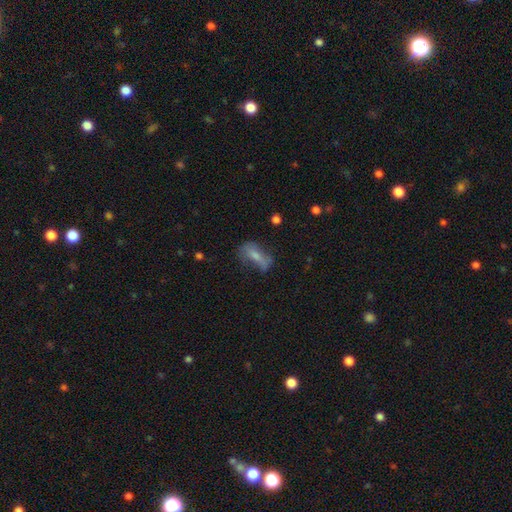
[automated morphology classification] smooth-or-featured: smooth: 55% | featured or disk: 34% | star or artifact: 11%
  how-rounded: in between: 73% | cigar-shaped: 21% | round: 6%
  merging: none: 41% | minor disturbance: 28% | major disturbance: 26% | merger: 5%